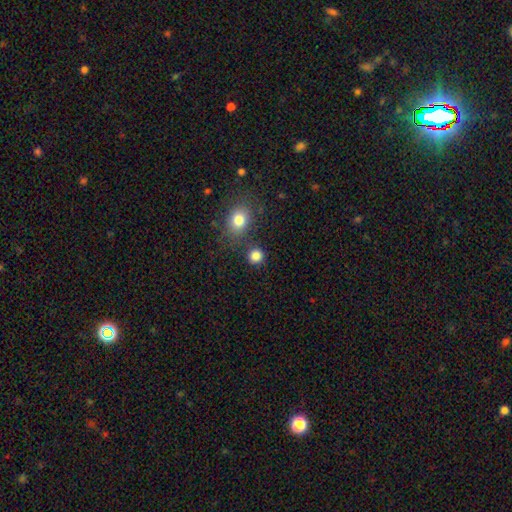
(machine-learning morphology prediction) A smooth galaxy with no disk features (84%) that is round (88%). Merging: none (80%).